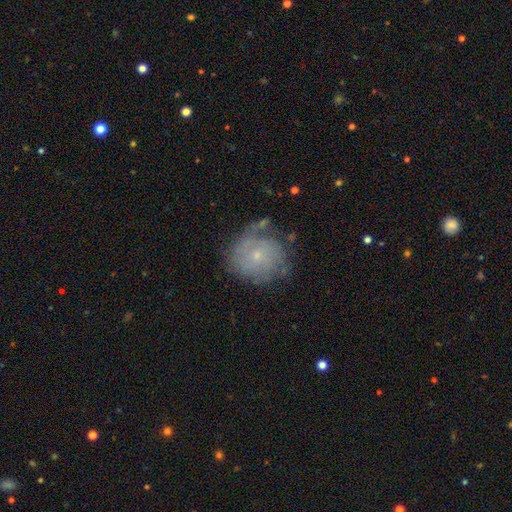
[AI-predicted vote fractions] This appears to be a featured or disk galaxy (54%) with no bar (85%), spiral arms (69%) and a small central bulge (80%). Merging: none (59%).